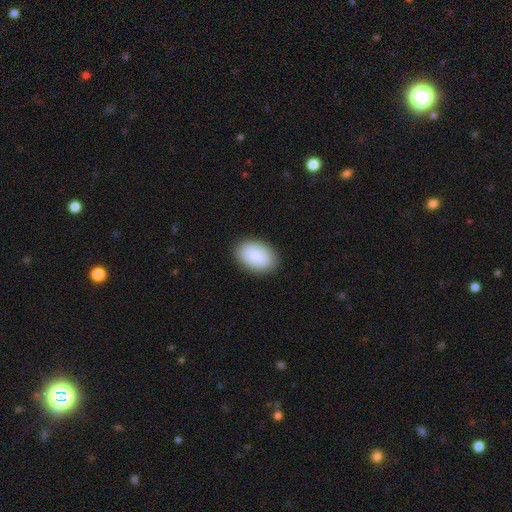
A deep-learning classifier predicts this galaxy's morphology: Q: Smooth or featured?
A: smooth (88%); runner-up: star or artifact (6%)
Q: How rounded?
A: in between (90%); runner-up: round (9%)
Q: Merging?
A: none (88%); runner-up: minor disturbance (9%)